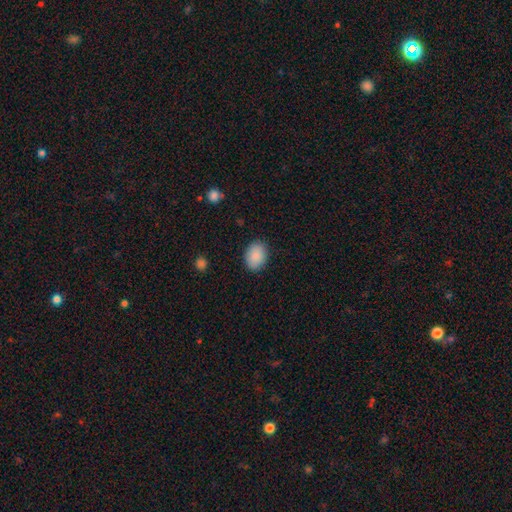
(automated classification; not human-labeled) This appears to be a smooth galaxy with no disk features (89%) that is in between round and cigar-shaped (71%). Merging: none (87%).